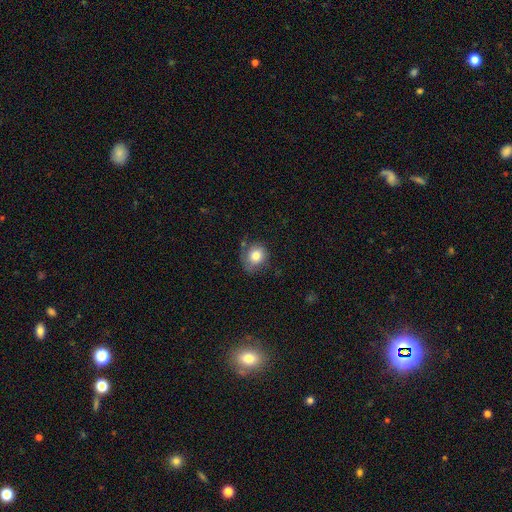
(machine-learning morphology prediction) A smooth galaxy with no disk features (79%) that is round (75%).

Vote fractions:
- Smooth or featured? smooth: 79% / featured or disk: 13% / star or artifact: 9%
- How rounded? round: 75% / in between: 24% / cigar-shaped: 1%
- Merging? none: 60% / minor disturbance: 26% / major disturbance: 10% / merger: 4%